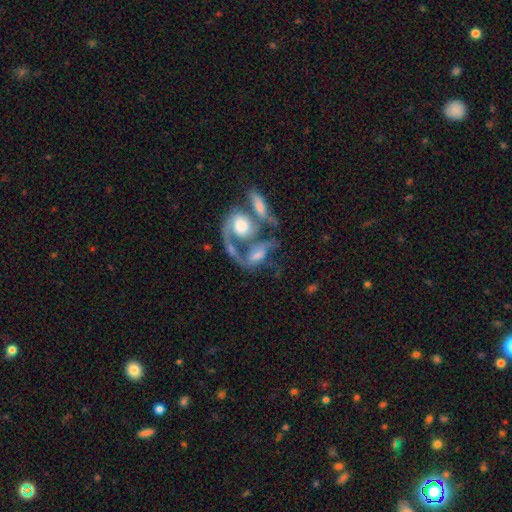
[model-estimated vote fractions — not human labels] A featured or disk galaxy (72%) with no bar (58%), 1 (46%) loose (45%) spiral arms (83%) and a moderate central bulge (41%).

Vote fractions:
- Smooth or featured? featured or disk: 72% / smooth: 20% / star or artifact: 8%
- Edge-on disk? no: 95% / yes: 5%
- Bar? no: 58% / weak: 28% / strong: 13%
- Spiral arms? yes: 83% / no: 17%
- Spiral winding? loose: 45% / medium: 36% / tight: 19%
- Spiral arm count? 1: 46% / 2: 39% / can't tell: 10% / 3: 3% / 4: 2% / more than 4: 2%
- Bulge size? moderate: 41% / large: 31% / small: 13% / none: 11% / dominant: 4%
- Merging? merger: 59% / major disturbance: 17% / none: 16% / minor disturbance: 8%